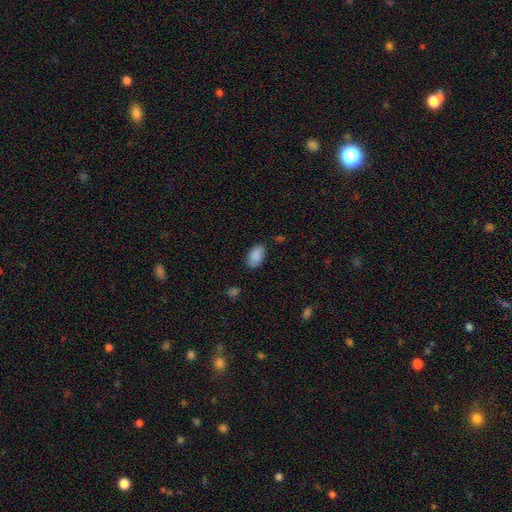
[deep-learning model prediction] This appears to be a smooth galaxy with no disk features (88%) that is in between round and cigar-shaped (93%). Merging: none (79%).